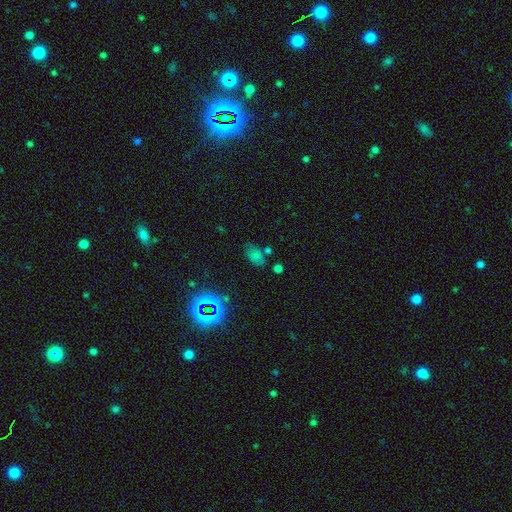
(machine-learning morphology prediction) smooth_or_featured: smooth (p=0.62) [alt: star or artifact p=0.27]
how_rounded: in between (p=0.89) [alt: round p=0.09]
merging: none (p=0.62) [alt: minor disturbance p=0.22]